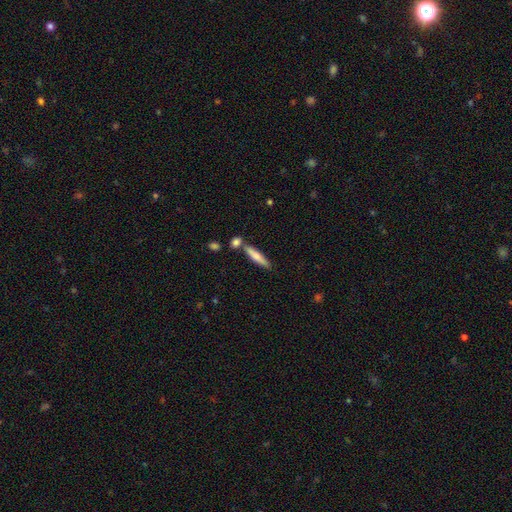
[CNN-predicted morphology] smooth_or_featured: smooth (p=0.68) [alt: featured or disk p=0.26]
how_rounded: cigar-shaped (p=0.85) [alt: in between p=0.13]
merging: none (p=0.71) [alt: merger p=0.15]